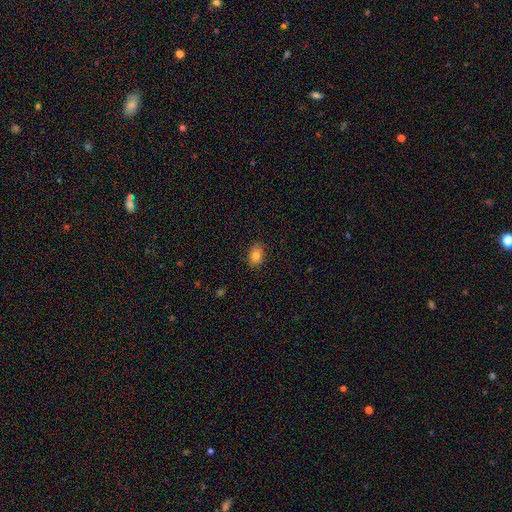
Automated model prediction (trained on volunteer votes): A smooth galaxy with no disk features (83%) that is in between round and cigar-shaped (76%).

Vote fractions:
- Smooth or featured? smooth: 83% / star or artifact: 9% / featured or disk: 8%
- How rounded? in between: 76% / round: 23% / cigar-shaped: 1%
- Merging? none: 83% / minor disturbance: 13% / major disturbance: 2% / merger: 1%